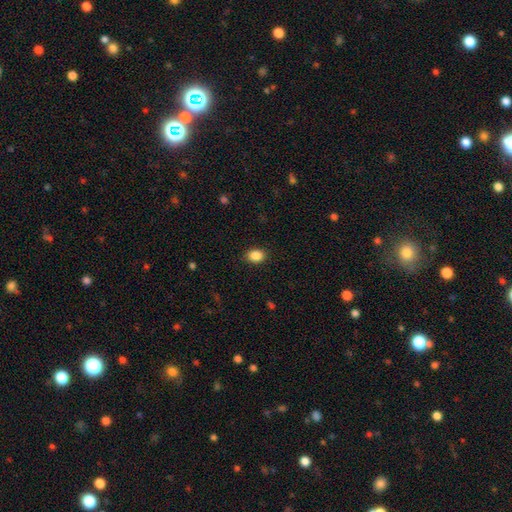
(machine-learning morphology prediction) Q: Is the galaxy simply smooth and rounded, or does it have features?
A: smooth — 88%.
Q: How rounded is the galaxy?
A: in between — 65%.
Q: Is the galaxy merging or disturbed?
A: none — 88%.